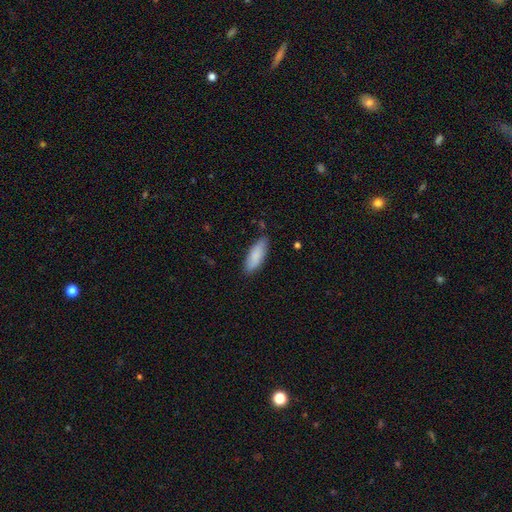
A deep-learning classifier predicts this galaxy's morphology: smooth_or_featured: smooth (p=0.85) [alt: featured or disk p=0.09]
how_rounded: in between (p=0.72) [alt: cigar-shaped p=0.27]
merging: none (p=0.79) [alt: minor disturbance p=0.17]